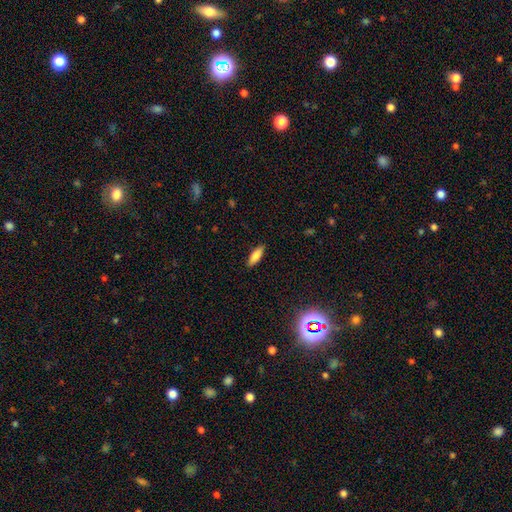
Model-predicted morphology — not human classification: Smooth or featured? Predicted: smooth (p=0.80). How rounded? Predicted: in between (p=0.62). Merging? Predicted: none (p=0.89).